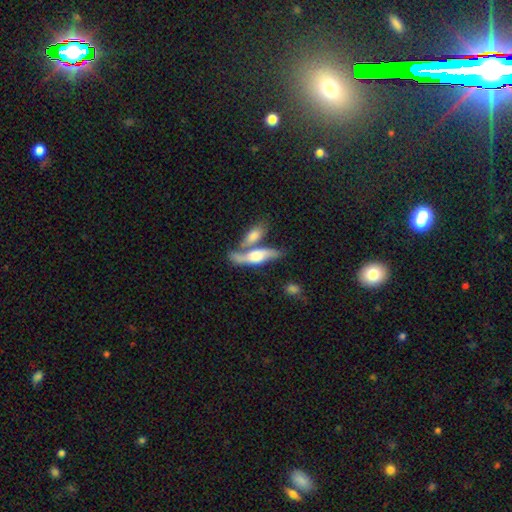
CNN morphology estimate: Smooth or featured? Predicted: featured or disk (p=0.52). Edge-on disk? Predicted: yes (p=0.61). Merging? Predicted: merger (p=0.49).